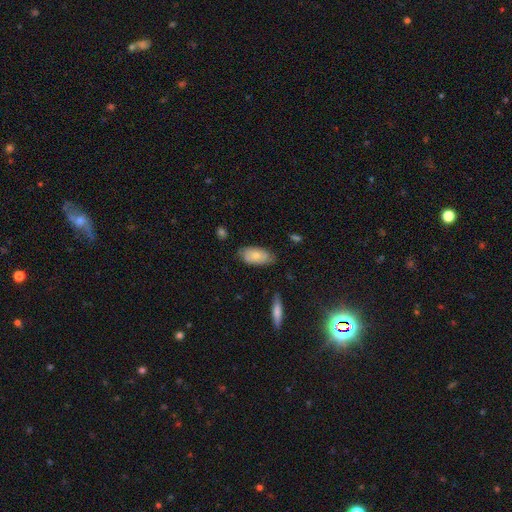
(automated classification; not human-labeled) Smooth or featured: smooth — 68% (featured or disk — 26%)
How rounded: in between — 93% (cigar-shaped — 4%)
Merging: none — 72% (minor disturbance — 22%)